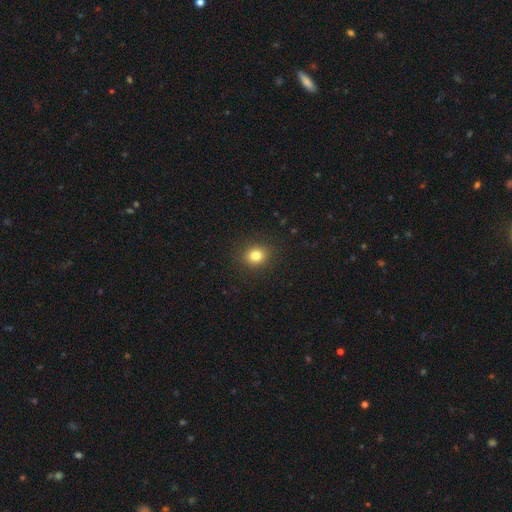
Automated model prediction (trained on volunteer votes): Smooth or featured: smooth — 82% (star or artifact — 12%)
How rounded: round — 75% (in between — 24%)
Merging: none — 90% (minor disturbance — 7%)